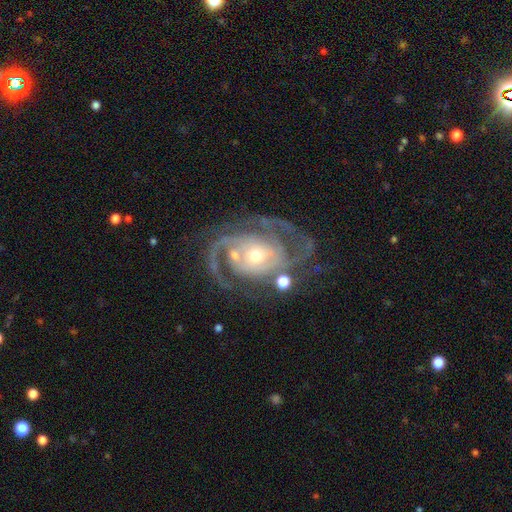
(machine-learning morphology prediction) A featured or disk galaxy (90%) with no bar (66%), 2 (52%) tight (47%) spiral arms (96%) and a moderate central bulge (52%).

Vote fractions:
- Smooth or featured? featured or disk: 90% / star or artifact: 5% / smooth: 5%
- Edge-on disk? no: 97% / yes: 3%
- Bar? no: 66% / weak: 24% / strong: 10%
- Spiral arms? yes: 96% / no: 4%
- Spiral winding? tight: 47% / medium: 42% / loose: 11%
- Spiral arm count? 2: 52% / 3: 20% / can't tell: 13% / 1: 6% / 4: 5% / more than 4: 4%
- Bulge size? moderate: 52% / small: 42% / large: 4% / none: 1% / dominant: 1%
- Merging? none: 56% / minor disturbance: 18% / major disturbance: 18% / merger: 8%